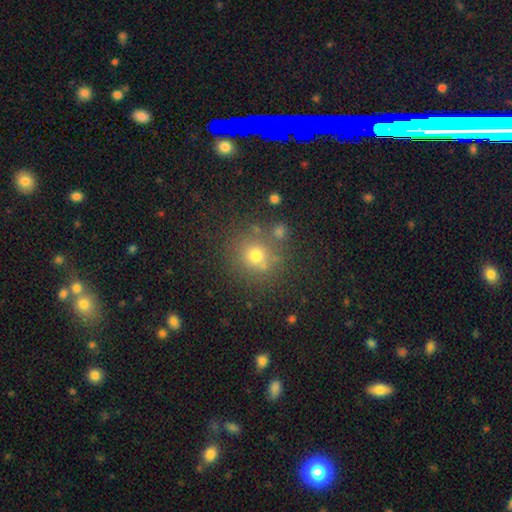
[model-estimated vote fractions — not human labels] Overall: smooth (70%). How rounded: round (89%). Merging: none (76%).